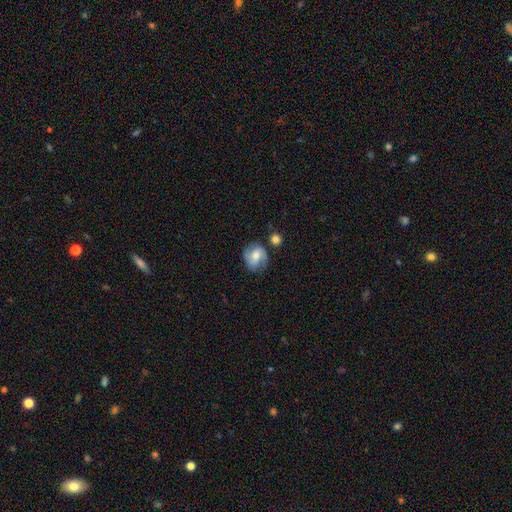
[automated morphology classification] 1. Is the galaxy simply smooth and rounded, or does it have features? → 52% featured or disk, 40% smooth, 8% star or artifact.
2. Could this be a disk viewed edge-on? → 97% no, 3% yes.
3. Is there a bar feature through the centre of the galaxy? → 42% weak, 41% no, 17% strong.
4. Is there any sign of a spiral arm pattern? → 83% yes, 17% no.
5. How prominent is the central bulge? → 63% moderate, 27% small, 6% large, 2% none, 1% dominant.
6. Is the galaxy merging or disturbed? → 68% none, 19% minor disturbance, 7% merger, 6% major disturbance.